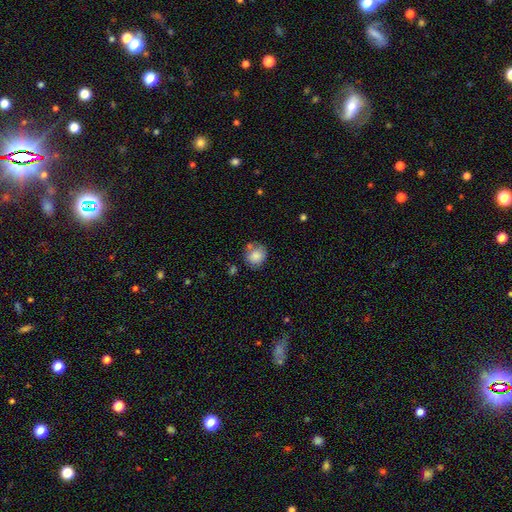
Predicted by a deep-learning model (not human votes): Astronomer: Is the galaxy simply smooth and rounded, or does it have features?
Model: smooth — 84%.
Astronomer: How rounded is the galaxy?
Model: round — 74%.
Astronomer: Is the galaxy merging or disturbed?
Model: none — 66%.